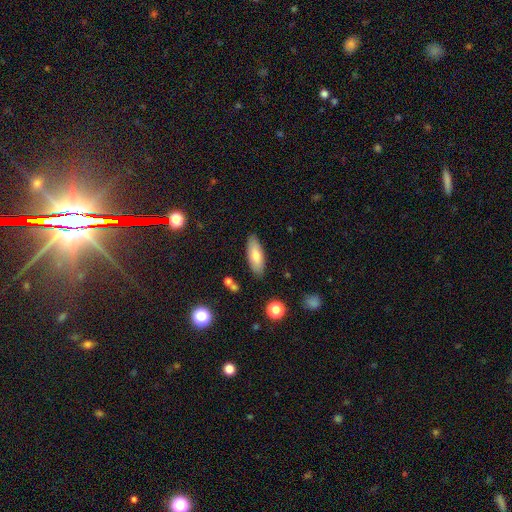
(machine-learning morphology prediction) A smooth galaxy with no disk features (73%) that is in between round and cigar-shaped (70%). Merging: none (85%).